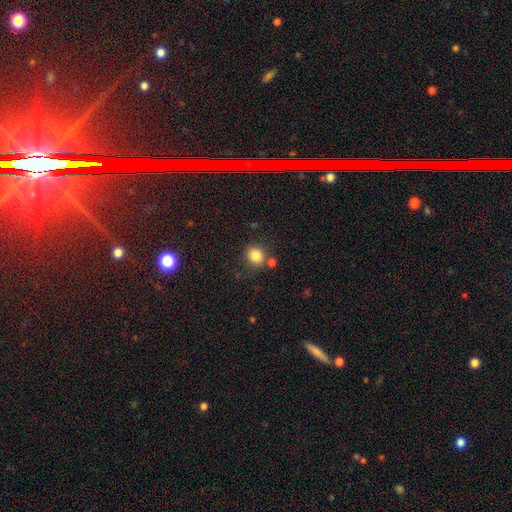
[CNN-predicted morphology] smooth_or_featured: smooth (p=0.83) [alt: star or artifact p=0.11]
how_rounded: round (p=0.82) [alt: in between p=0.17]
merging: none (p=0.77) [alt: minor disturbance p=0.10]